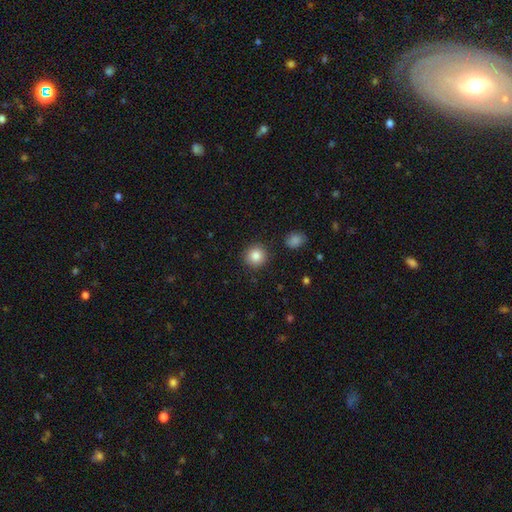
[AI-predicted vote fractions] This appears to be a smooth galaxy with no disk features (86%) that is round (92%). Merging: none (89%).